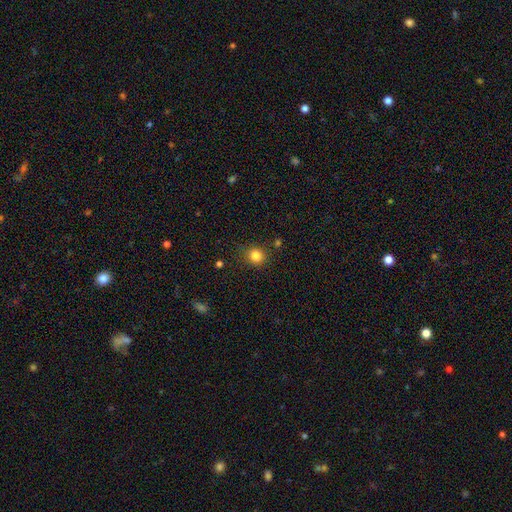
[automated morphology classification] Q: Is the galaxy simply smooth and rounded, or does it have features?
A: smooth — 83%.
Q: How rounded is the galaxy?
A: round — 87%.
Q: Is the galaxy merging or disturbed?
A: none — 86%.